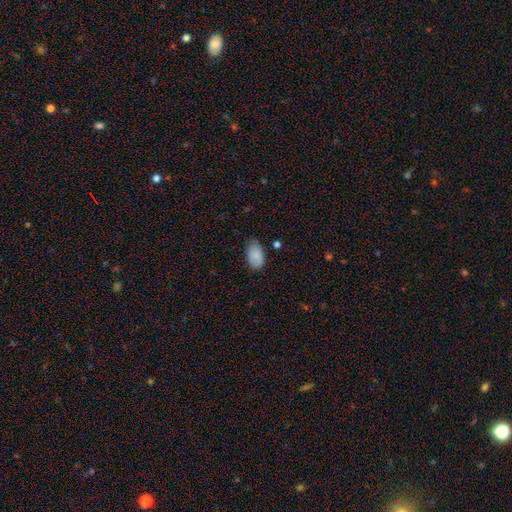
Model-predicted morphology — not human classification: Overall: smooth (87%). How rounded: in between (93%). Merging: none (73%).